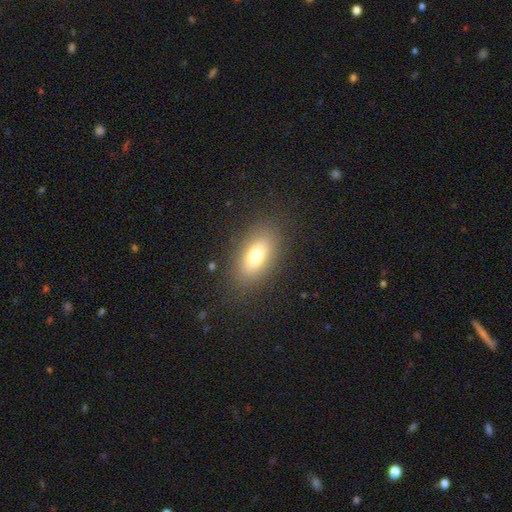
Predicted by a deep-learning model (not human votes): Morphology: type=smooth (74%); roundness=in between (87%); merging=none (85%).